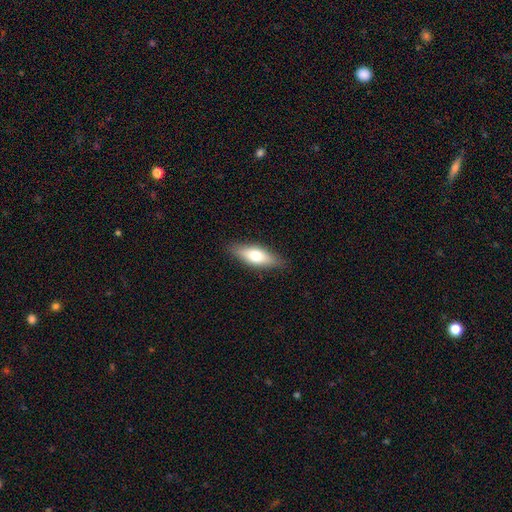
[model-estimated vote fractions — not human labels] smooth 66%, featured or disk 28%, star or artifact 6%. Down the decision tree: how rounded — in between (65%); merging — none (85%).